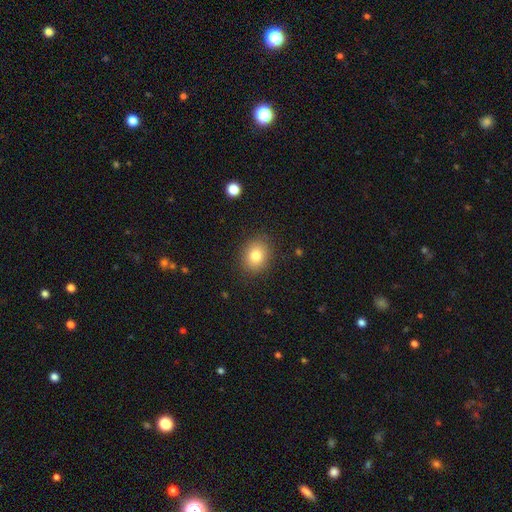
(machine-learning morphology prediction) smooth_or_featured: smooth (p=0.81) [alt: star or artifact p=0.10]
how_rounded: round (p=0.57) [alt: in between p=0.42]
merging: none (p=0.87) [alt: minor disturbance p=0.09]